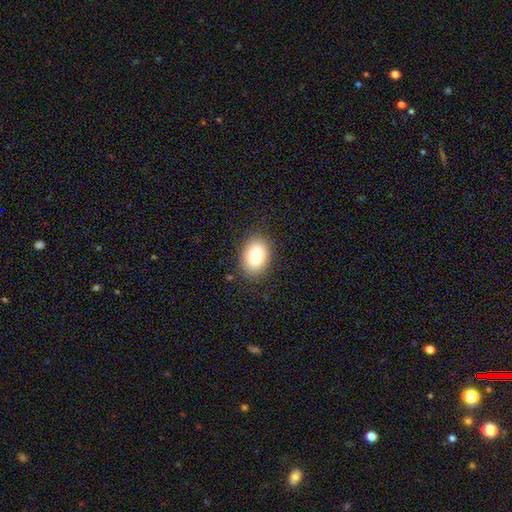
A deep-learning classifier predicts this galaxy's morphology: This appears to be a smooth galaxy with no disk features (80%) that is in between round and cigar-shaped (75%). Merging: none (86%).